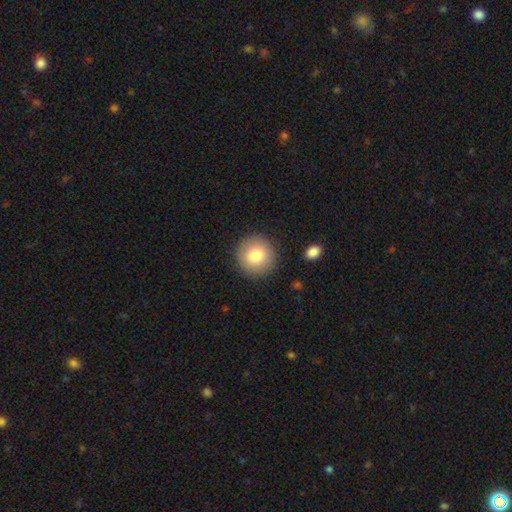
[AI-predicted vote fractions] Q: Smooth or featured?
A: smooth (81%); runner-up: featured or disk (10%)
Q: How rounded?
A: round (94%); runner-up: in between (5%)
Q: Merging?
A: none (89%); runner-up: minor disturbance (7%)